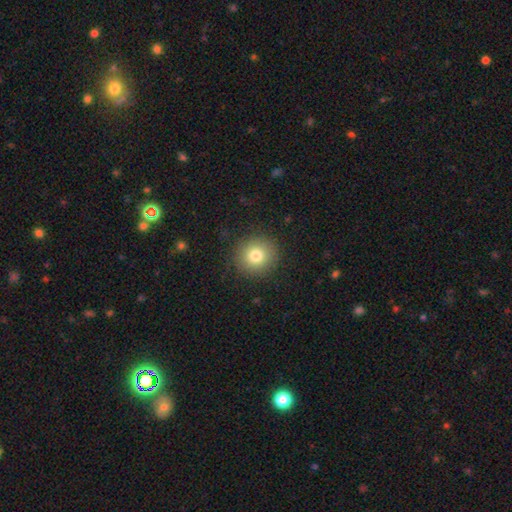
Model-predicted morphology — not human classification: type=smooth (79%); roundness=round (93%); merging=none (89%).